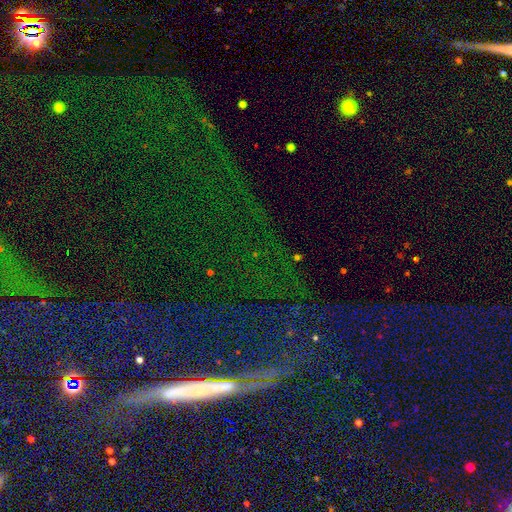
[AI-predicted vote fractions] Smooth or featured? Predicted: star or artifact (p=0.48).